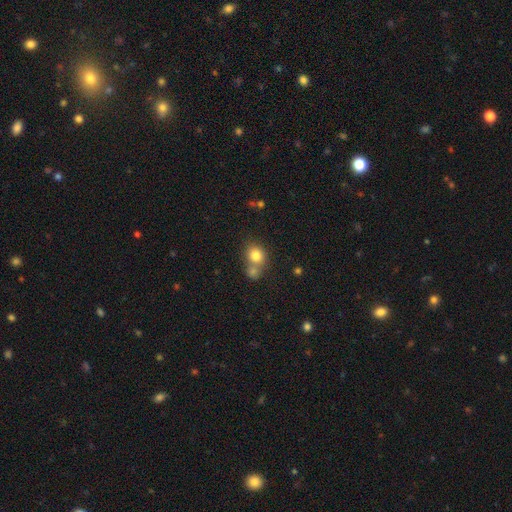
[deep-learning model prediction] A smooth galaxy with no disk features (80%) that is round (77%). Merging: none (47%).